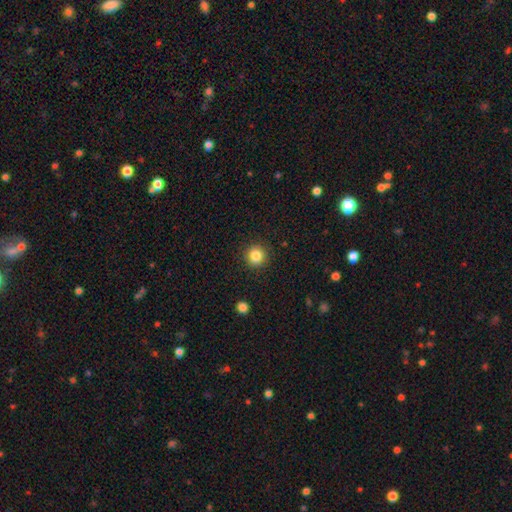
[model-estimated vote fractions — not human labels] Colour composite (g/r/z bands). It shows a smooth galaxy with no disk features (85%) that is round (94%). Merging: none (91%).